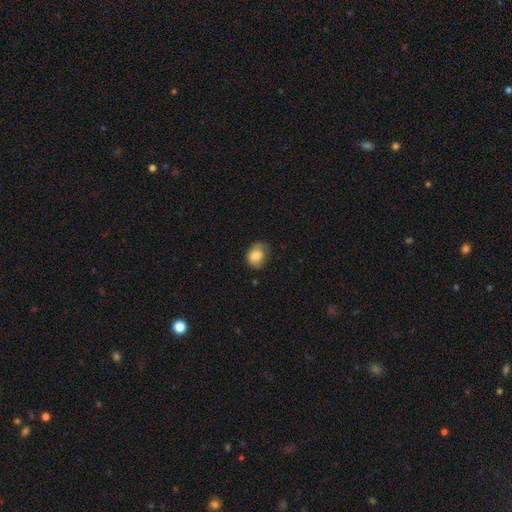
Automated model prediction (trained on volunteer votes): Smooth or featured?
  - smooth: 76% *
  - featured or disk: 15%
  - star or artifact: 8%
How rounded?
  - in between: 61% *
  - round: 38%
  - cigar-shaped: 1%
Merging?
  - none: 51% *
  - minor disturbance: 34%
  - major disturbance: 12%
  - merger: 2%